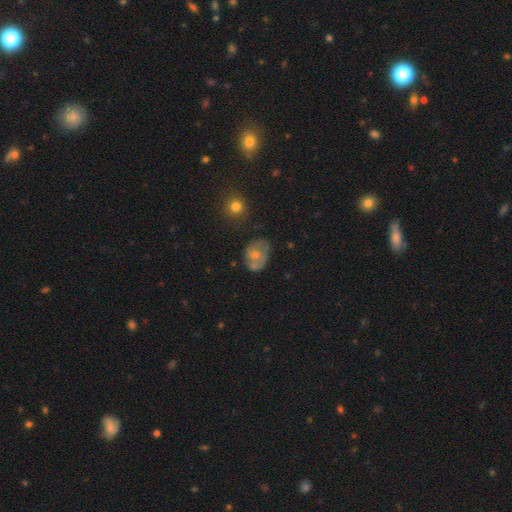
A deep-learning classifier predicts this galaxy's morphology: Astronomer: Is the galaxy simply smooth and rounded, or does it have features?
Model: smooth — 50% (runner-up: featured or disk, 41%).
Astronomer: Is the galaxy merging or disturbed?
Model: none — 45% (runner-up: minor disturbance, 29%).